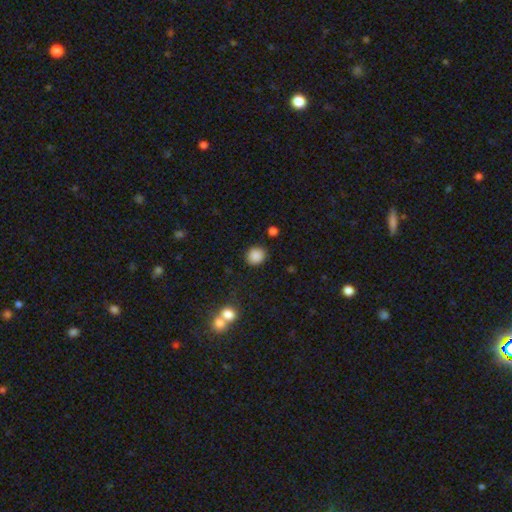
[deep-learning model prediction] Smooth or featured?
  - smooth: 87% *
  - star or artifact: 10%
  - featured or disk: 3%
How rounded?
  - round: 84% *
  - in between: 15%
  - cigar-shaped: 1%
Merging?
  - none: 86% *
  - minor disturbance: 8%
  - merger: 3%
  - major disturbance: 3%